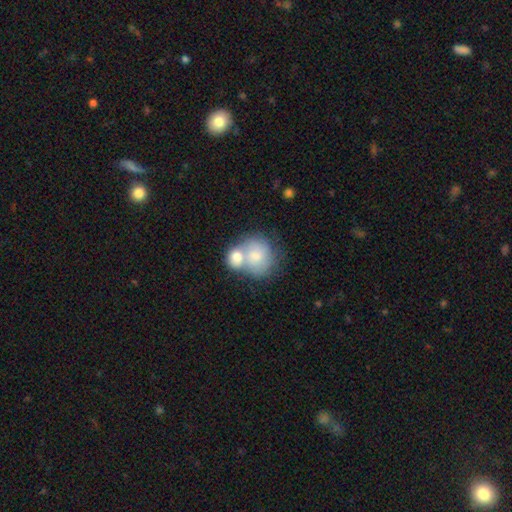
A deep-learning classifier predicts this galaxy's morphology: This appears to be a smooth galaxy with no disk features (67%) that is round (77%). Merging: merger (66%).